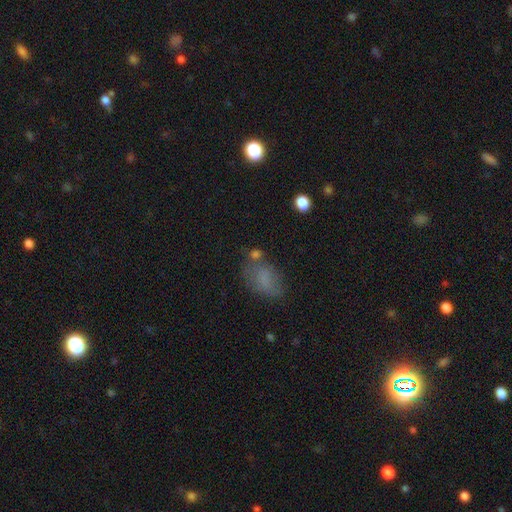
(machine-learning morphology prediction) smooth_or_featured: smooth (p=0.68) [alt: star or artifact p=0.16]
how_rounded: in between (p=0.82) [alt: round p=0.15]
merging: none (p=0.54) [alt: minor disturbance p=0.23]